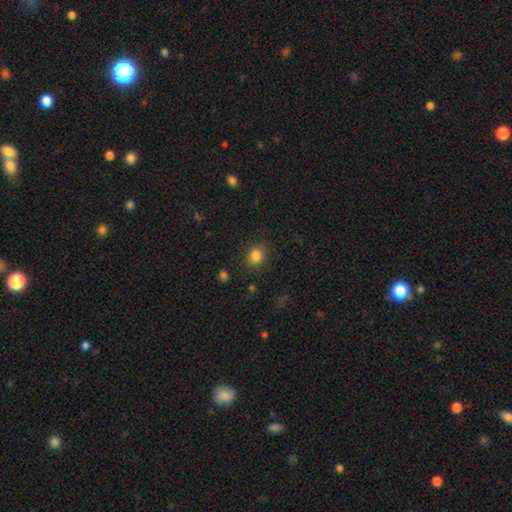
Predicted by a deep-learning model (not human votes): smooth_or_featured: smooth (p=0.84) [alt: star or artifact p=0.11]
how_rounded: round (p=0.68) [alt: in between p=0.31]
merging: none (p=0.86) [alt: minor disturbance p=0.10]